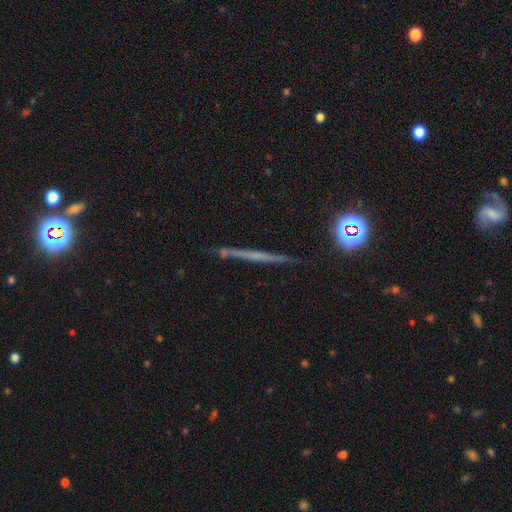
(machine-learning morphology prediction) smooth-or-featured: featured or disk: 52% | smooth: 32% | star or artifact: 15%
  disk-edge-on: yes: 96% | no: 4%
    edge-on-bulge: none: 87% | rounded: 8% | boxy: 5%
  merging: none: 87% | minor disturbance: 9% | major disturbance: 2% | merger: 2%